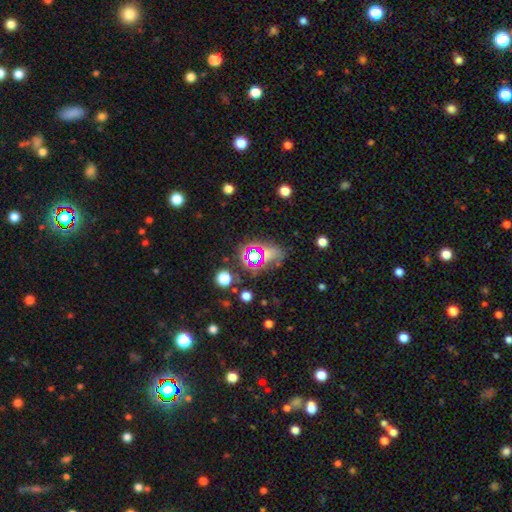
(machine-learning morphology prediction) type=star or artifact (54%).